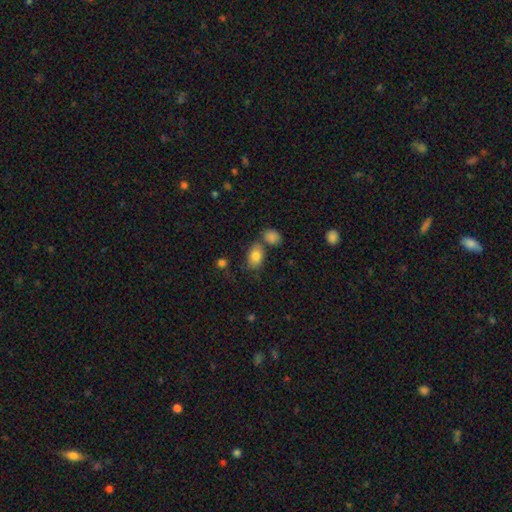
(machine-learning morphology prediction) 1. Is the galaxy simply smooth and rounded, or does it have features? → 83% smooth, 9% featured or disk, 8% star or artifact.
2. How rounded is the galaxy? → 85% in between, 13% round, 1% cigar-shaped.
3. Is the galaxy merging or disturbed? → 62% none, 19% merger, 14% minor disturbance, 4% major disturbance.